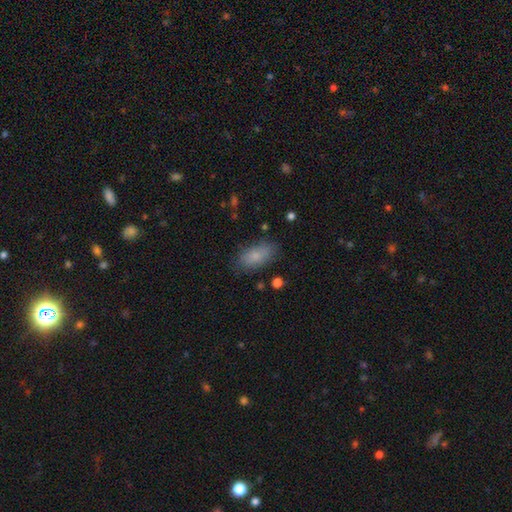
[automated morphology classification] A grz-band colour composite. It shows a smooth galaxy with no disk features (81%) that is in between round and cigar-shaped (90%). Merging: none (79%).